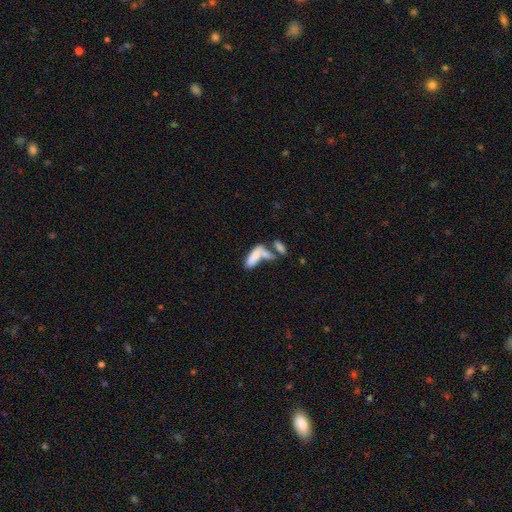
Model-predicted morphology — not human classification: Smooth or featured: smooth — 75% (featured or disk — 18%)
How rounded: in between — 67% (cigar-shaped — 31%)
Merging: merger — 57% (none — 23%)